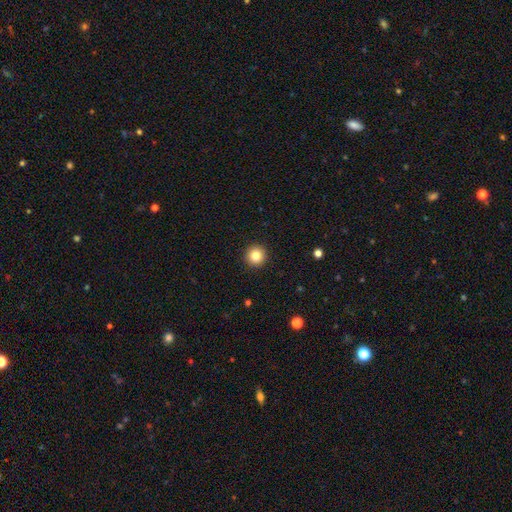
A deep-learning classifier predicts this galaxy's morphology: smooth 83%, star or artifact 10%, featured or disk 6%. Down the decision tree: how rounded — round (95%); merging — none (93%).